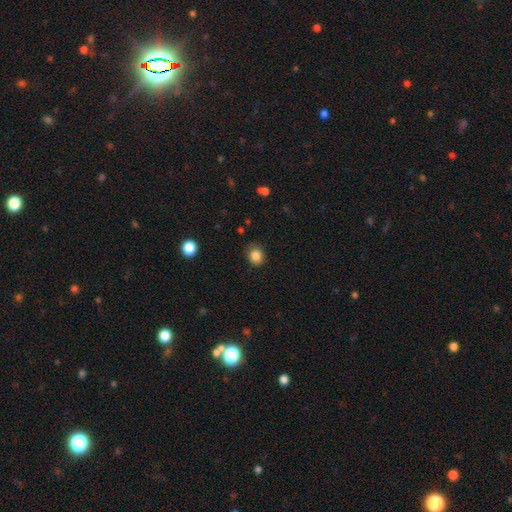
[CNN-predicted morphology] Smooth or featured? smooth (85%)
How rounded? round (68%)
Merging? none (82%)